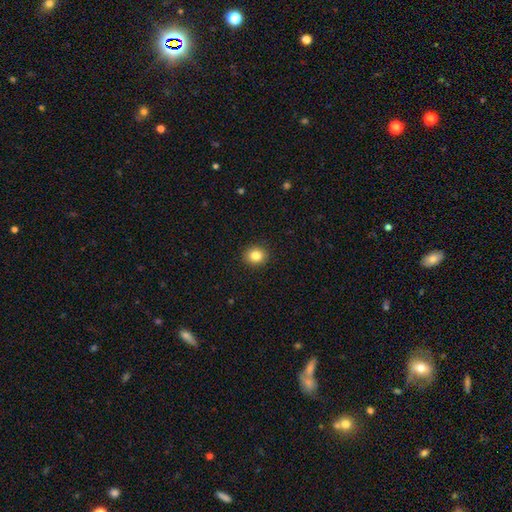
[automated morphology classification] Overall: smooth (85%). How rounded: round (74%). Merging: none (91%).